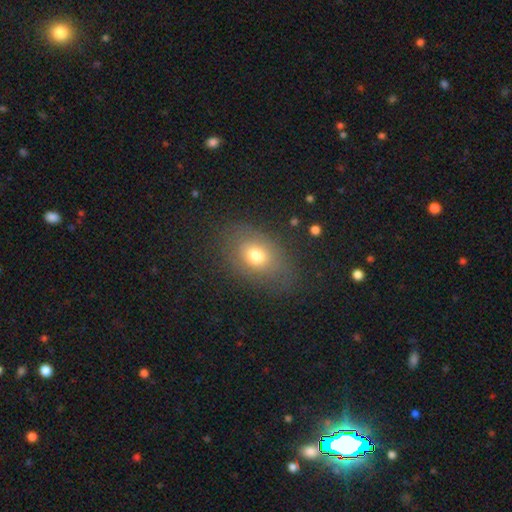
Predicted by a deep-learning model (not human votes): smooth_or_featured: smooth (p=0.68) [alt: featured or disk p=0.19]
how_rounded: in between (p=0.73) [alt: round p=0.26]
merging: none (p=0.77) [alt: minor disturbance p=0.14]